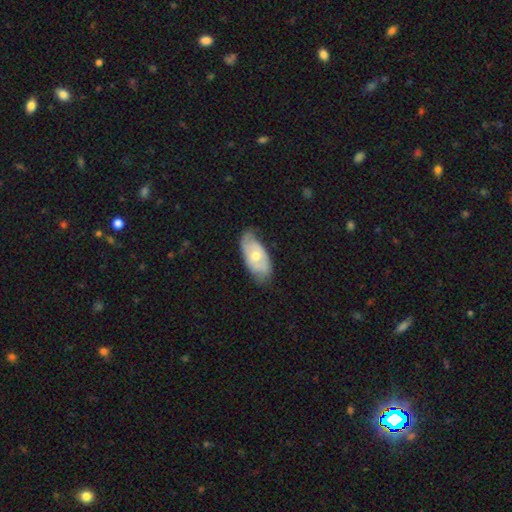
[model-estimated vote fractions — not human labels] Smooth or featured? featured or disk (53%)
Edge-on disk? no (87%)
Merging? none (65%)